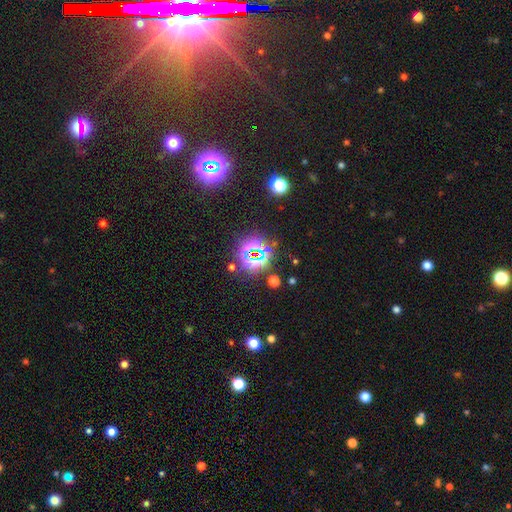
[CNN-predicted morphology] A star or artifact, not a galaxy (72%).

Vote fractions:
- Smooth or featured? star or artifact: 72% / smooth: 18% / featured or disk: 10%